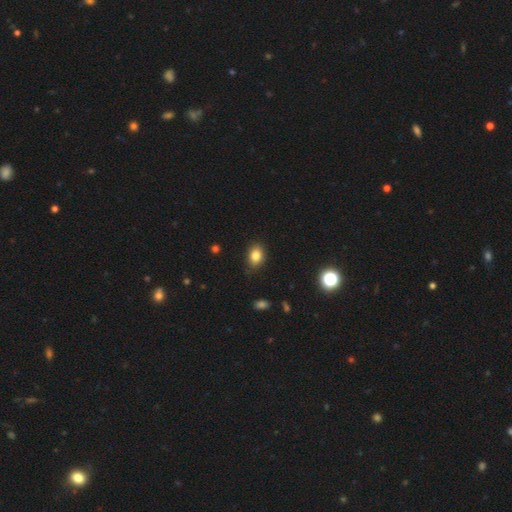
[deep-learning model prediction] Q: Smooth or featured?
A: smooth (83%); runner-up: star or artifact (11%)
Q: How rounded?
A: in between (72%); runner-up: round (27%)
Q: Merging?
A: none (80%); runner-up: minor disturbance (16%)